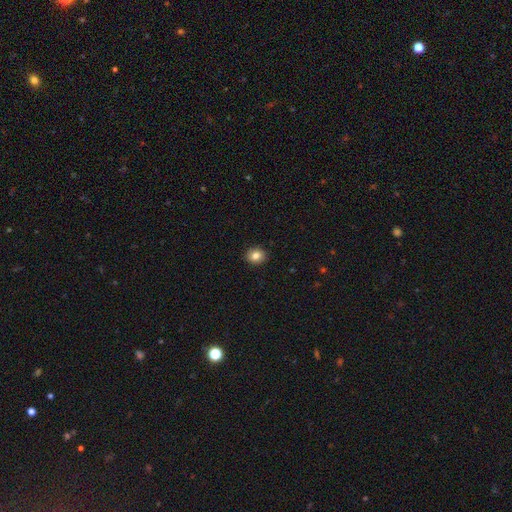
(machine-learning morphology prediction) Overall: smooth (82%). How rounded: round (67%; in between 33%). Merging: none (91%).